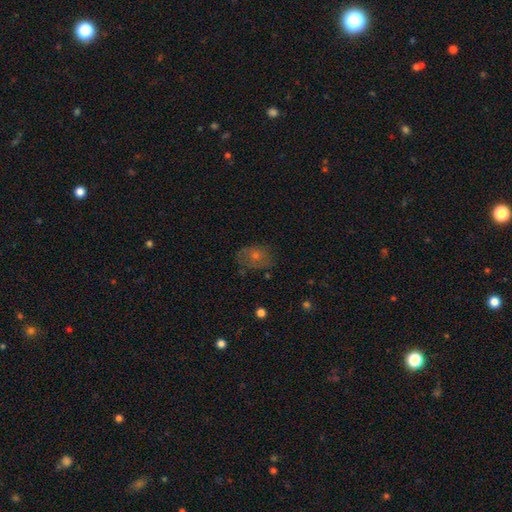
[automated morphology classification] smooth 45%, featured or disk 35%, star or artifact 20%. Down the decision tree: merging — none (65%).